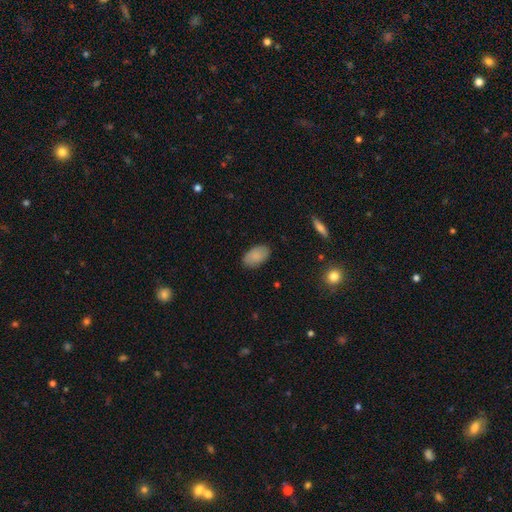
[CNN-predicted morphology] smooth 87%, star or artifact 7%, featured or disk 6%. Down the decision tree: how rounded — in between (94%); merging — none (86%).